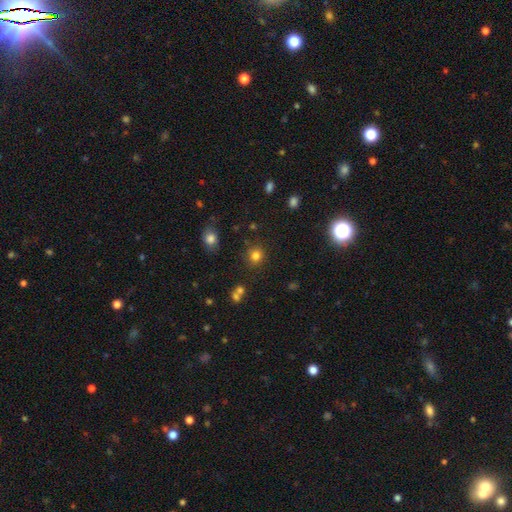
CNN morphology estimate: smooth-or-featured: smooth: 79% | star or artifact: 15% | featured or disk: 6%
  how-rounded: round: 89% | in between: 10% | cigar-shaped: 1%
  merging: none: 84% | minor disturbance: 8% | merger: 4% | major disturbance: 3%